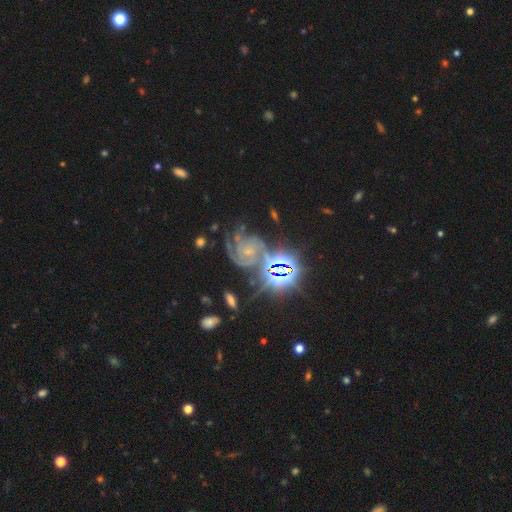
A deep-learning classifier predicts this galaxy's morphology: A star or artifact, not a galaxy (61%).